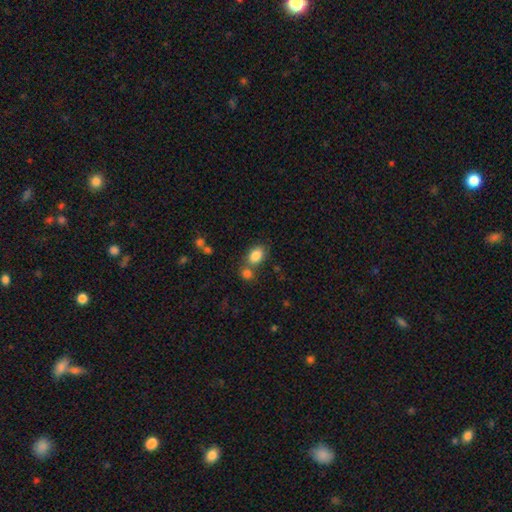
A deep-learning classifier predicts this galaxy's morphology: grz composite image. It shows a smooth galaxy with no disk features (84%) that is in between round and cigar-shaped (75%). Merging: none (57%).